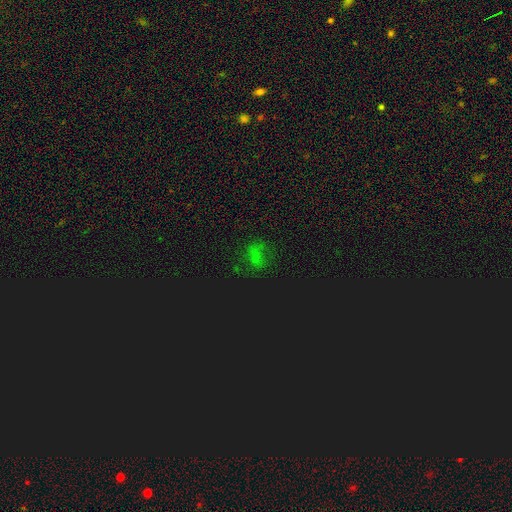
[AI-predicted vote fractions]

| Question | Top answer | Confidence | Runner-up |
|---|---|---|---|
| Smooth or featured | star or artifact | 51% | smooth (38%) |